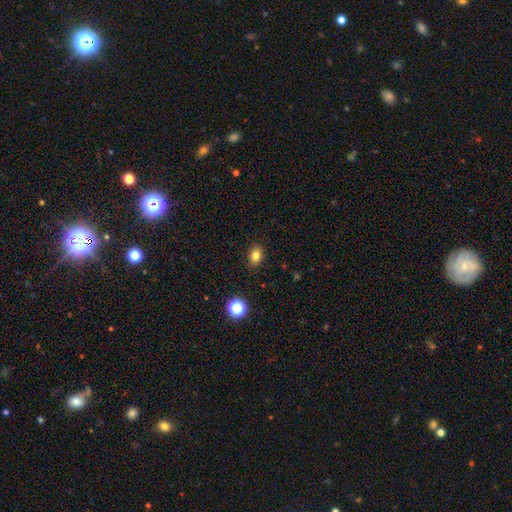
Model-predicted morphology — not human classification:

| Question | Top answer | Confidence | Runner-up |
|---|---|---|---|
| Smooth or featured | smooth | 82% | star or artifact (12%) |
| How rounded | in between | 70% | round (29%) |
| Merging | none | 88% | minor disturbance (9%) |